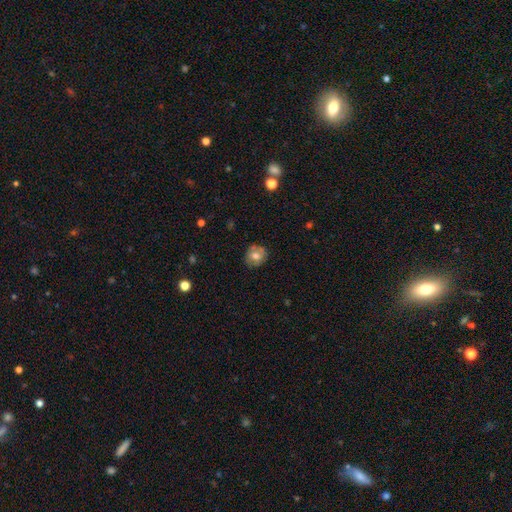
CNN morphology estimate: Smooth or featured? Predicted: smooth (p=0.60). How rounded? Predicted: round (p=0.79). Merging? Predicted: none (p=0.79).